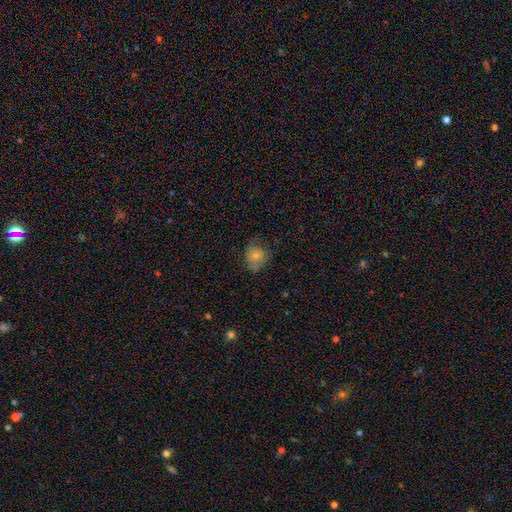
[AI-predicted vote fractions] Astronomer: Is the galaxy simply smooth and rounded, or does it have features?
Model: smooth — 72%.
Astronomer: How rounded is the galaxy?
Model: round — 63%.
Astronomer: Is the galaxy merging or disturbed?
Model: none — 56%.